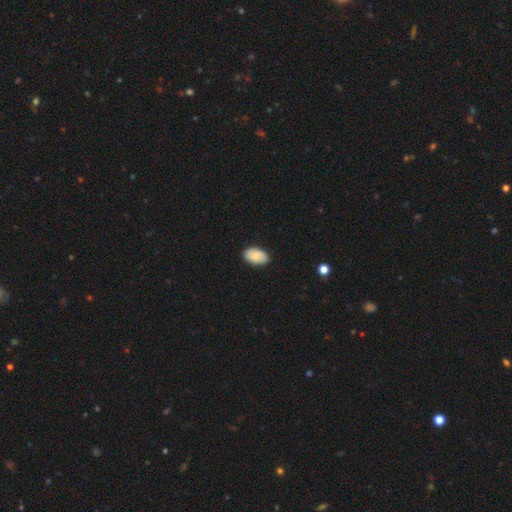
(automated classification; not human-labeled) Smooth or featured?
  - smooth: 85% *
  - featured or disk: 9%
  - star or artifact: 6%
How rounded?
  - in between: 93% *
  - round: 5%
  - cigar-shaped: 1%
Merging?
  - none: 87% *
  - minor disturbance: 10%
  - major disturbance: 2%
  - merger: 1%